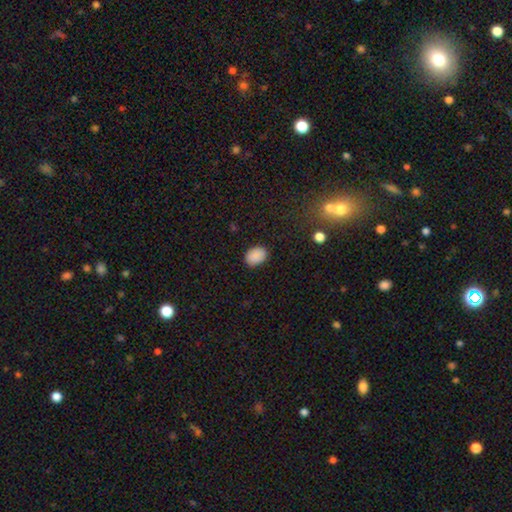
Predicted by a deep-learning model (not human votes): Q: Smooth or featured?
A: smooth (89%); runner-up: star or artifact (8%)
Q: How rounded?
A: in between (73%); runner-up: round (26%)
Q: Merging?
A: none (85%); runner-up: minor disturbance (12%)